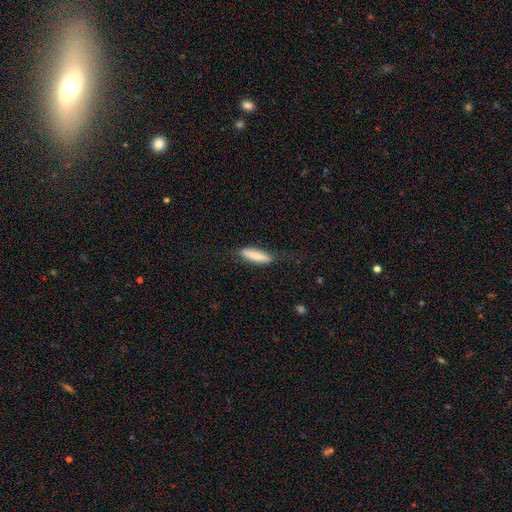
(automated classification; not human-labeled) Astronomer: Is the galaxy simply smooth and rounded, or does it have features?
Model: smooth — 78%.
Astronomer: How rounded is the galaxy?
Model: cigar-shaped — 74%.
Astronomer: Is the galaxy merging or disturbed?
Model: none — 79%.